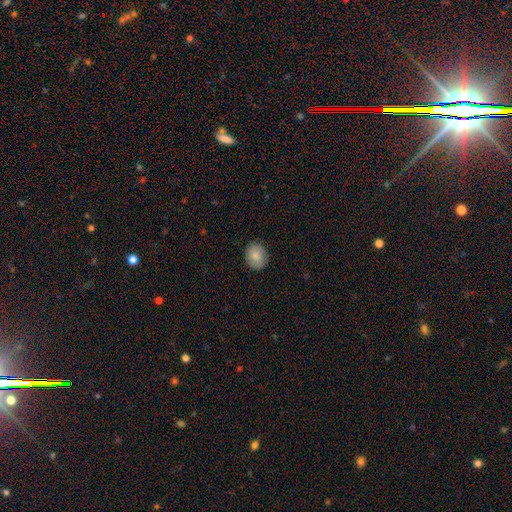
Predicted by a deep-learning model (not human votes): smooth-or-featured: smooth: 84% | featured or disk: 9% | star or artifact: 7%
  how-rounded: round: 55% | in between: 44% | cigar-shaped: 1%
  merging: none: 87% | minor disturbance: 10% | major disturbance: 2% | merger: 1%